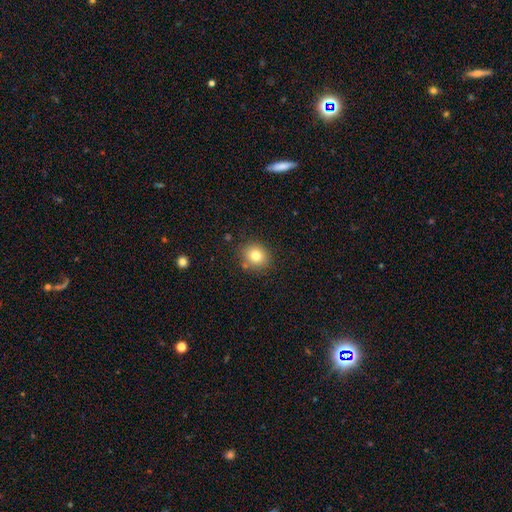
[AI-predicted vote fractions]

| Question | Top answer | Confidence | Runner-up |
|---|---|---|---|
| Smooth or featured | smooth | 80% | star or artifact (12%) |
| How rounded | round | 80% | in between (20%) |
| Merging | none | 83% | minor disturbance (10%) |